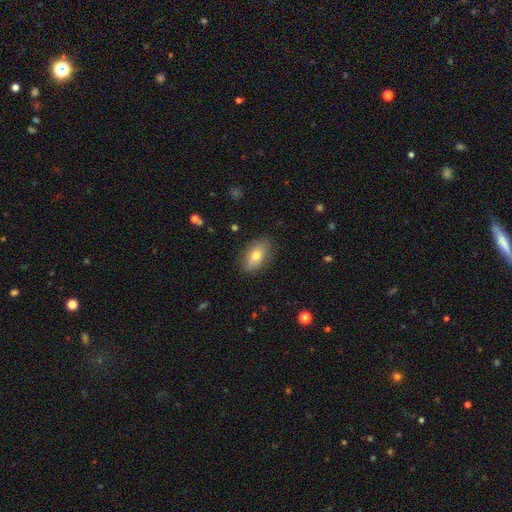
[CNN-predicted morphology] Q: Smooth or featured?
A: smooth (75%); runner-up: featured or disk (17%)
Q: How rounded?
A: in between (90%); runner-up: round (7%)
Q: Merging?
A: none (85%); runner-up: minor disturbance (11%)